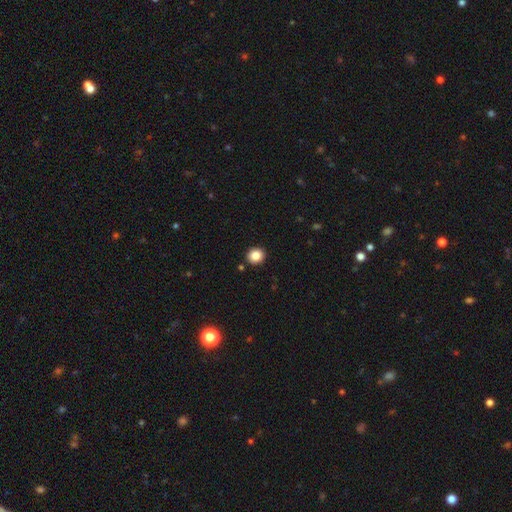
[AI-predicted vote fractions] smooth_or_featured: smooth (p=0.85) [alt: star or artifact p=0.10]
how_rounded: round (p=0.87) [alt: in between p=0.12]
merging: none (p=0.92) [alt: minor disturbance p=0.05]